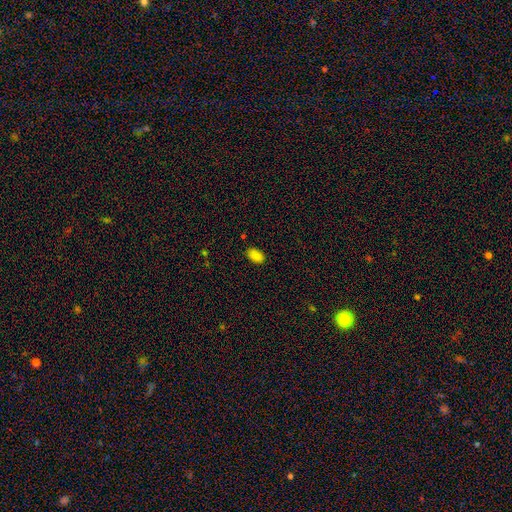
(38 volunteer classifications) This appears to be a smooth galaxy with no disk features (87%) that is in between round and cigar-shaped (91%). Merging: none (85%).